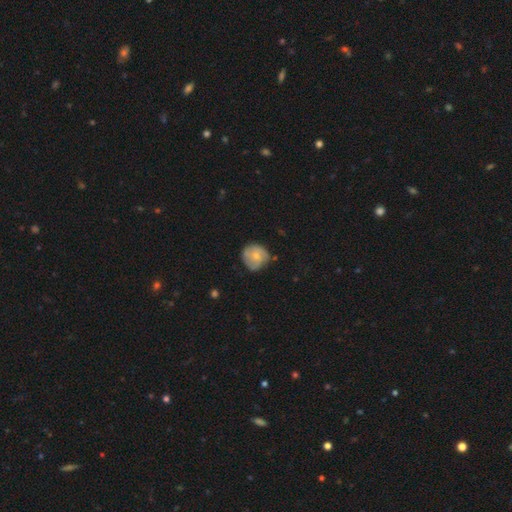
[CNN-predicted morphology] Smooth or featured: smooth — 56% (featured or disk — 38%)
How rounded: round — 87% (in between — 12%)
Merging: none — 66% (minor disturbance — 26%)